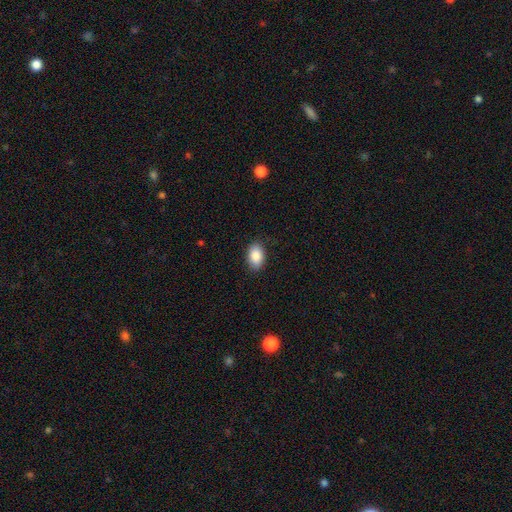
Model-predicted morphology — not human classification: Smooth or featured? smooth (88%)
How rounded? in between (90%)
Merging? none (87%)